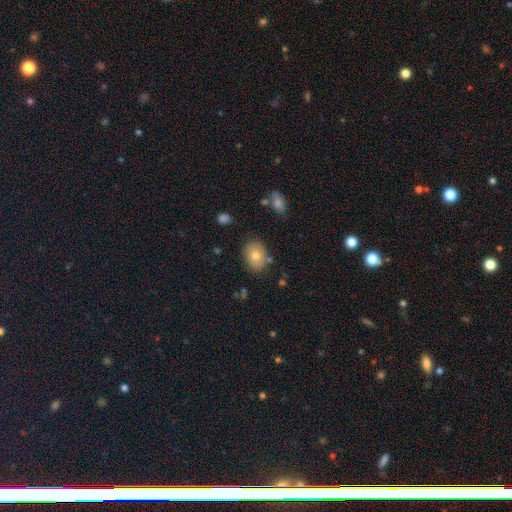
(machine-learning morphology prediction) smooth 74%, featured or disk 16%, star or artifact 10%. Down the decision tree: how rounded — in between (66%); merging — none (81%).